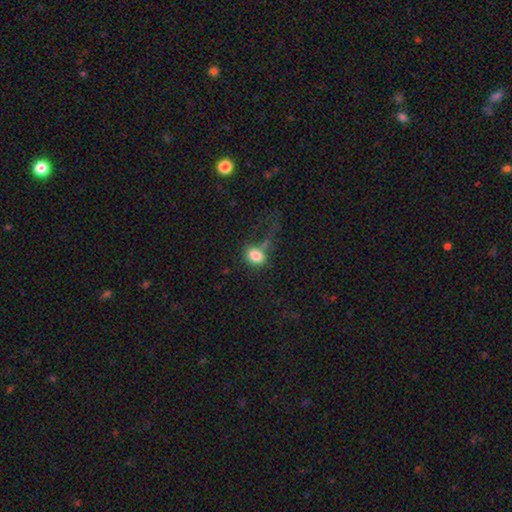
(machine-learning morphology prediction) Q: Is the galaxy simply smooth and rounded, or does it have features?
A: smooth — 80%.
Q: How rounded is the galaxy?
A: in between — 67%.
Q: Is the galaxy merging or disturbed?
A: none — 40%.